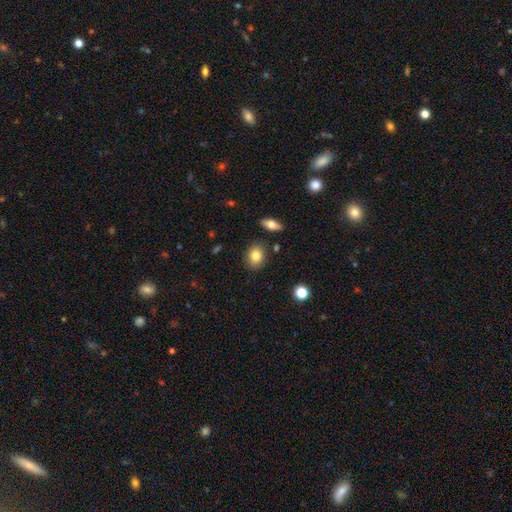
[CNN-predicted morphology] Smooth or featured?
  - smooth: 83% *
  - featured or disk: 9%
  - star or artifact: 9%
How rounded?
  - in between: 51% *
  - round: 48%
  - cigar-shaped: 1%
Merging?
  - none: 84% *
  - minor disturbance: 10%
  - merger: 3%
  - major disturbance: 3%